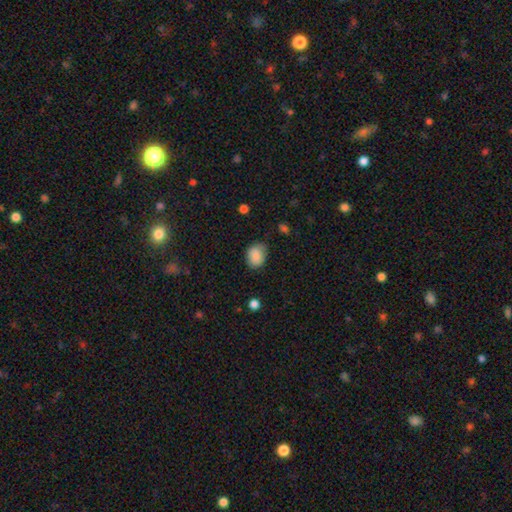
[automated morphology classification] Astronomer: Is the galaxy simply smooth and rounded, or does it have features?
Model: smooth — 85%.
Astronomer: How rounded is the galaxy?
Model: in between — 65%.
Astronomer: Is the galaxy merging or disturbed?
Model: none — 73%.